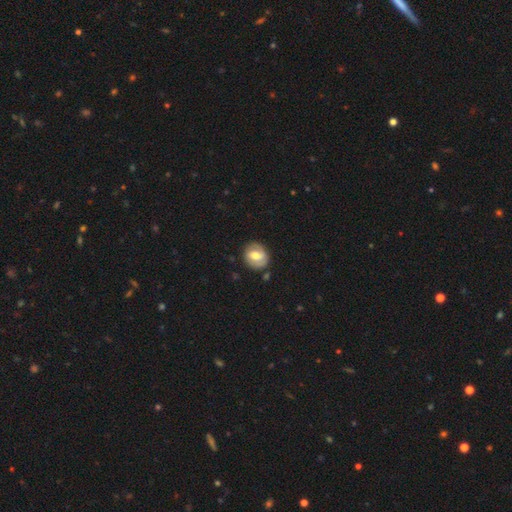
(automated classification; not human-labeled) Smooth or featured? smooth (48%)
Merging? none (79%)